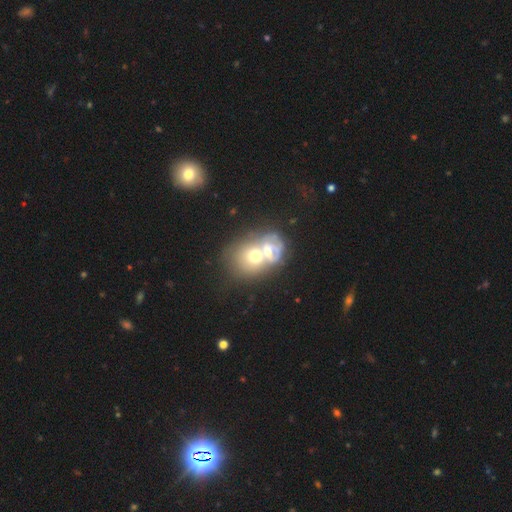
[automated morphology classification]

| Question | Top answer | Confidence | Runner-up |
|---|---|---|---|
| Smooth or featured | smooth | 49% | featured or disk (38%) |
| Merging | merger | 71% | none (16%) |